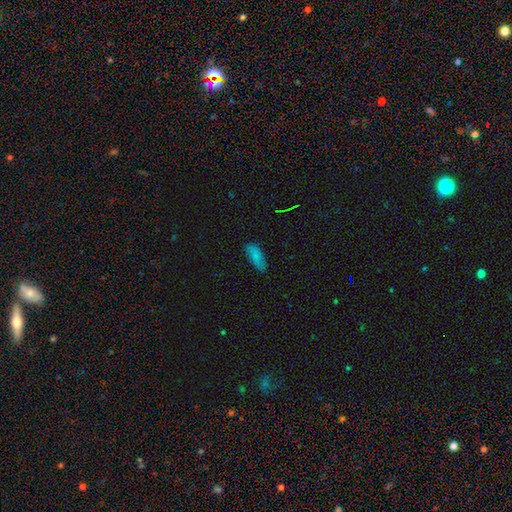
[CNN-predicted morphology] Smooth or featured: smooth — 78% (featured or disk — 12%)
How rounded: in between — 77% (cigar-shaped — 20%)
Merging: none — 79% (minor disturbance — 16%)